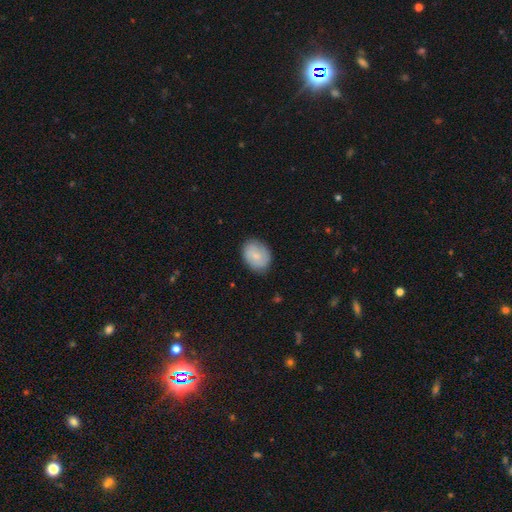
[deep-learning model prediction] A smooth galaxy with no disk features (69%) that is in between round and cigar-shaped (64%).

Vote fractions:
- Smooth or featured? smooth: 69% / featured or disk: 24% / star or artifact: 7%
- How rounded? in between: 64% / round: 35% / cigar-shaped: 1%
- Merging? none: 80% / minor disturbance: 15% / major disturbance: 3% / merger: 1%